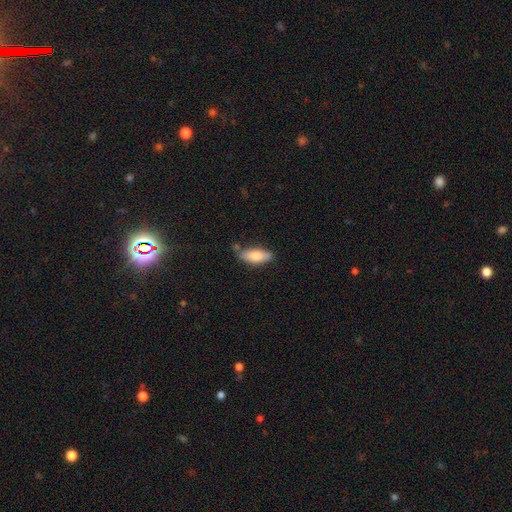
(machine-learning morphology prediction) type=smooth (78%); roundness=in between (72%); merging=none (72%).